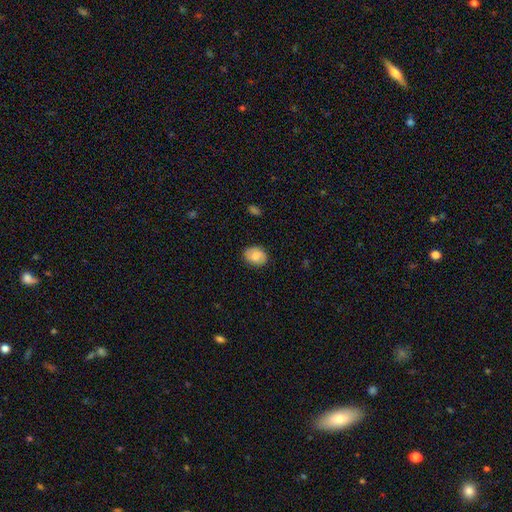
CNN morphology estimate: smooth-or-featured: smooth: 78% | featured or disk: 15% | star or artifact: 7%
  how-rounded: in between: 66% | round: 33% | cigar-shaped: 1%
  merging: none: 85% | minor disturbance: 11% | major disturbance: 3% | merger: 1%